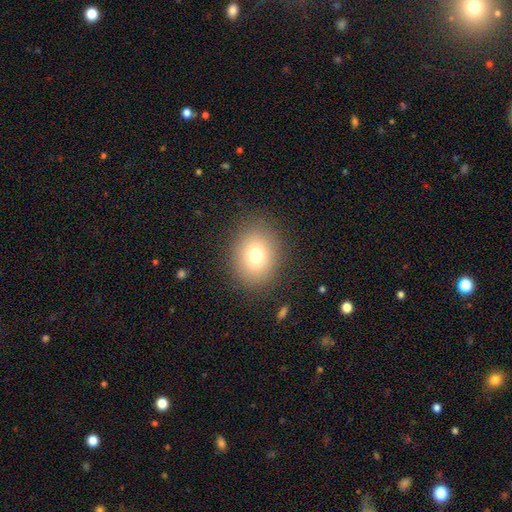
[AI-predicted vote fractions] smooth-or-featured: smooth: 75% | star or artifact: 13% | featured or disk: 12%
  how-rounded: round: 58% | in between: 41% | cigar-shaped: 1%
  merging: none: 86% | minor disturbance: 8% | major disturbance: 4% | merger: 1%